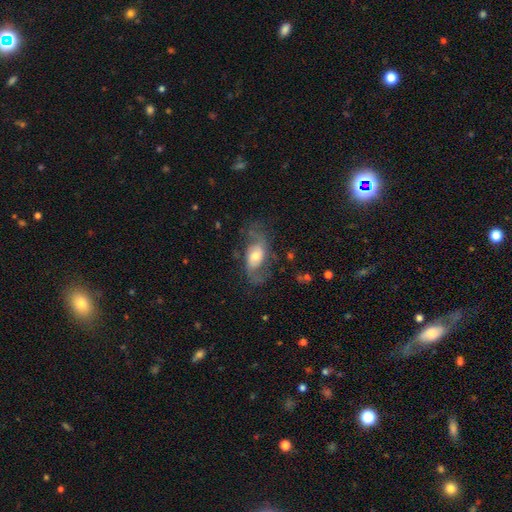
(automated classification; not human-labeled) The model was most divided on "smooth or featured": featured or disk: 59%, smooth: 34%, star or artifact: 7%. More confident: edge-on disk — no (92%); spiral arms — yes (76%); bulge size — moderate (62%); bar — no (59%); merging — none (51%).